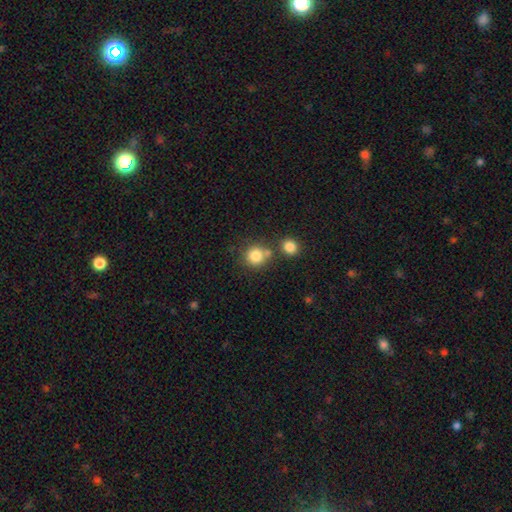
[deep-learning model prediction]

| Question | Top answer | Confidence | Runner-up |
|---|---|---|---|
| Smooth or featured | smooth | 82% | star or artifact (11%) |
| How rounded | round | 90% | in between (9%) |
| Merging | none | 63% | merger (24%) |